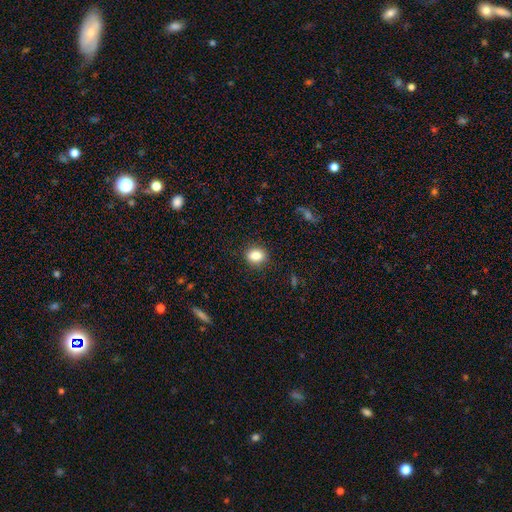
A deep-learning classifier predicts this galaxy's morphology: smooth-or-featured: smooth: 84% | star or artifact: 10% | featured or disk: 6%
  how-rounded: round: 55% | in between: 43% | cigar-shaped: 1%
  merging: none: 88% | minor disturbance: 9% | major disturbance: 2% | merger: 1%